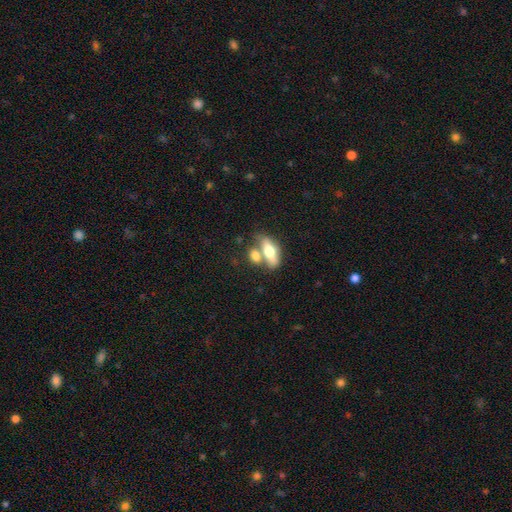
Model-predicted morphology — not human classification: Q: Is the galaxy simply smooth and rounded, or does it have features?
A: smooth — 65%.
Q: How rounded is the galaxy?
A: in between — 75%.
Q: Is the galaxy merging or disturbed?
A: merger — 47%.